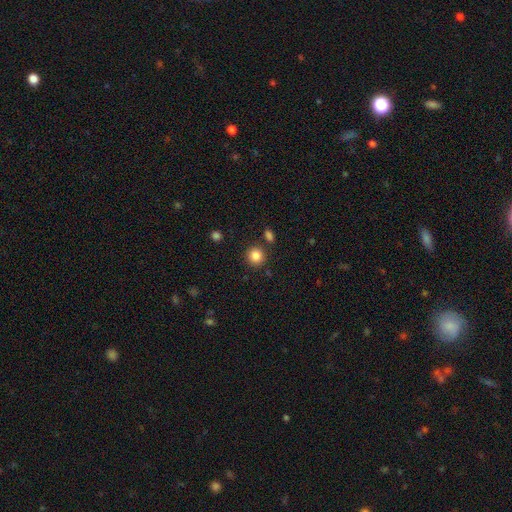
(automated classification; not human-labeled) smooth_or_featured: smooth (p=0.85) [alt: star or artifact p=0.10]
how_rounded: round (p=0.91) [alt: in between p=0.08]
merging: none (p=0.85) [alt: minor disturbance p=0.07]